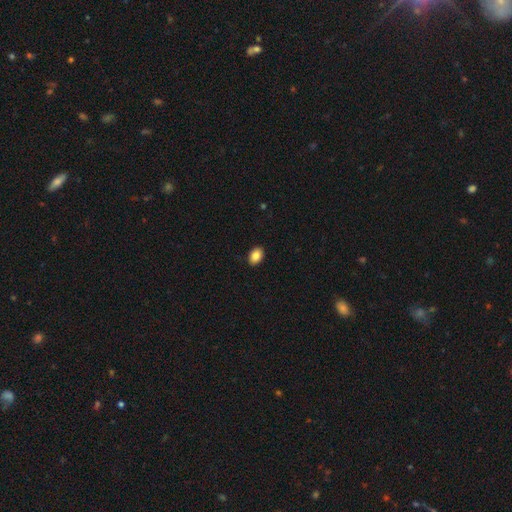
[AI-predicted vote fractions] This appears to be a smooth galaxy with no disk features (87%) that is in between round and cigar-shaped (80%). Merging: none (91%).